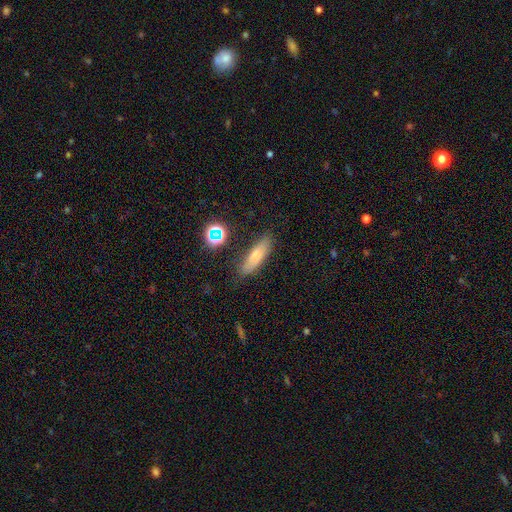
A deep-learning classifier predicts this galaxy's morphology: Smooth or featured? Predicted: smooth (p=0.72). How rounded? Predicted: cigar-shaped (p=0.57). Merging? Predicted: none (p=0.80).